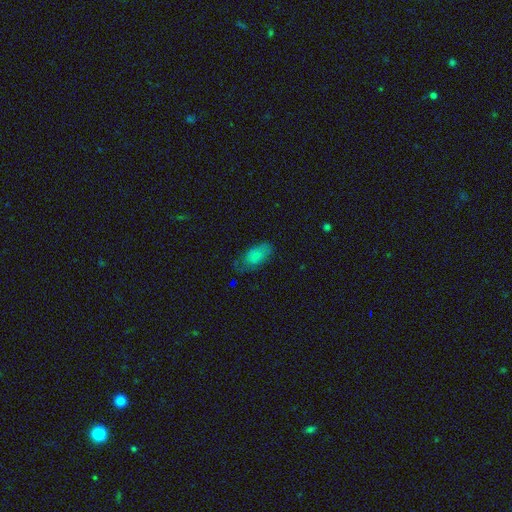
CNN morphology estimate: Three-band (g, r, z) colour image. It shows a smooth galaxy with no disk features (77%) that is in between round and cigar-shaped (92%). Merging: none (59%).